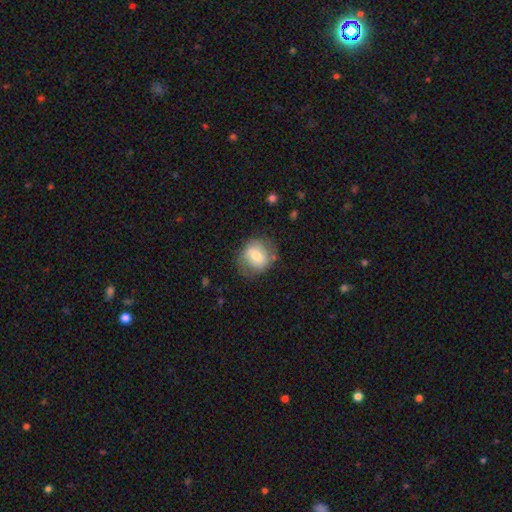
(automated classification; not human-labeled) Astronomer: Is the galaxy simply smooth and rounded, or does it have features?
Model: smooth — 61%.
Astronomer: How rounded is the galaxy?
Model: round — 77%.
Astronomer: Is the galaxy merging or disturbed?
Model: none — 70%.